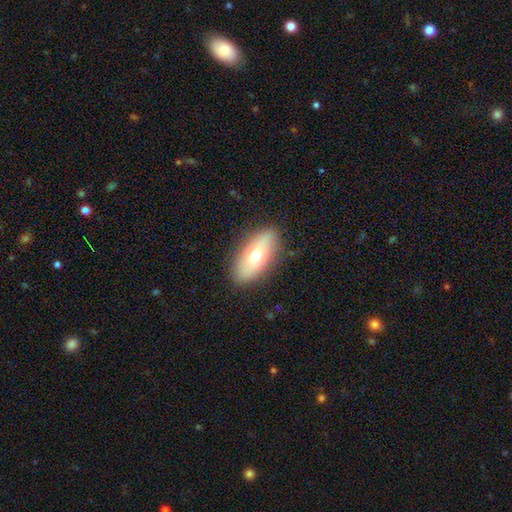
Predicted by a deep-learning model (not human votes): Smooth or featured: smooth — 64% (featured or disk — 29%)
How rounded: in between — 85% (cigar-shaped — 10%)
Merging: none — 87% (minor disturbance — 10%)